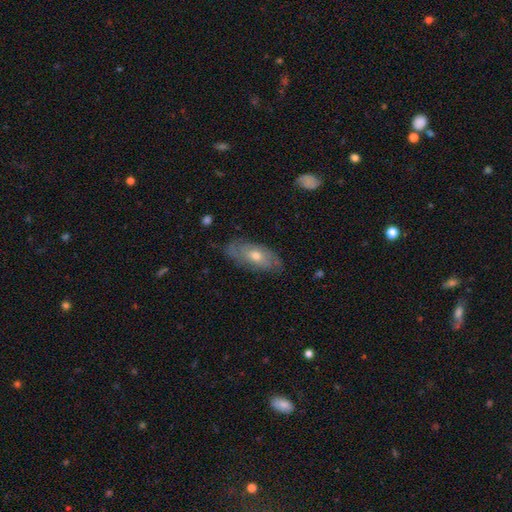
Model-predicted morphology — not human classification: Q: Smooth or featured?
A: featured or disk (56%); runner-up: smooth (34%)
Q: Edge-on disk?
A: no (78%); runner-up: yes (22%)
Q: Merging?
A: none (78%); runner-up: minor disturbance (17%)